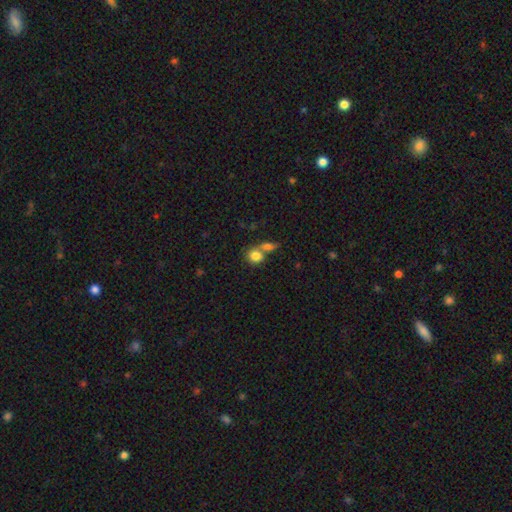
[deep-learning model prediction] Overall: smooth (82%). How rounded: round (69%). Merging: merger (53%; none 35%).